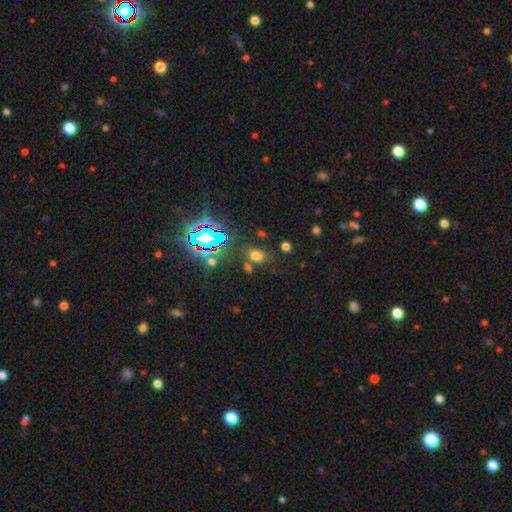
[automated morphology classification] The model was most divided on "smooth or featured": smooth: 61%, star or artifact: 31%, featured or disk: 8%. More confident: merging — none (72%); how rounded — in between (65%).